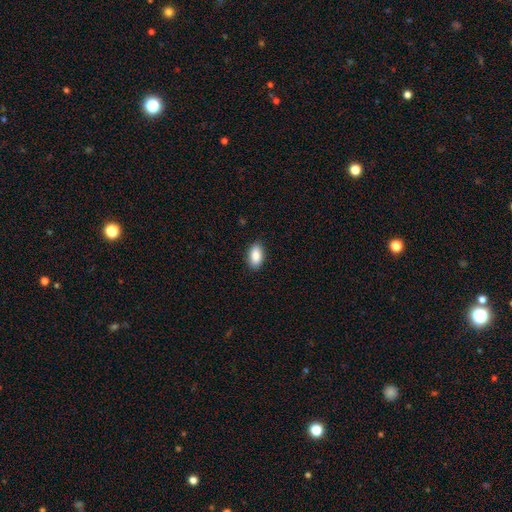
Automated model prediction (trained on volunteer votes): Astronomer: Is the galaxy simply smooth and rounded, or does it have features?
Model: smooth — 88%.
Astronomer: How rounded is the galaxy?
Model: in between — 93%.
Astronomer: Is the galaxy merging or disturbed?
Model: none — 88%.